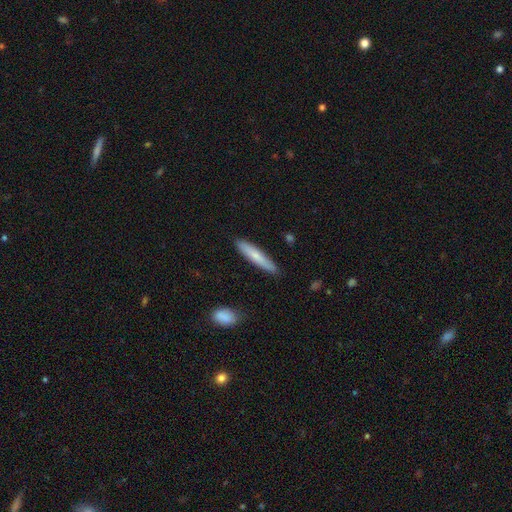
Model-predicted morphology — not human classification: type=smooth (71%); roundness=cigar-shaped (90%); merging=none (87%).